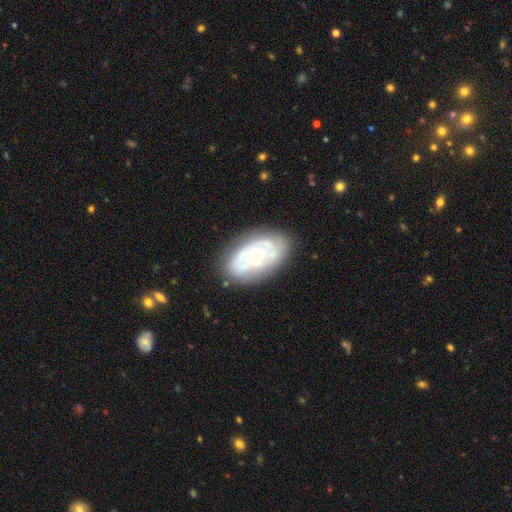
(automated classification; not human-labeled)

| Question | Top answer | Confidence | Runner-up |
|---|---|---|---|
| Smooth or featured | featured or disk | 74% | smooth (21%) |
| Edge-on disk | no | 95% | yes (5%) |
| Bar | no | 79% | weak (16%) |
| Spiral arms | yes | 67% | no (33%) |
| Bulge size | small | 63% | moderate (32%) |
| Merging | none | 73% | minor disturbance (18%) |